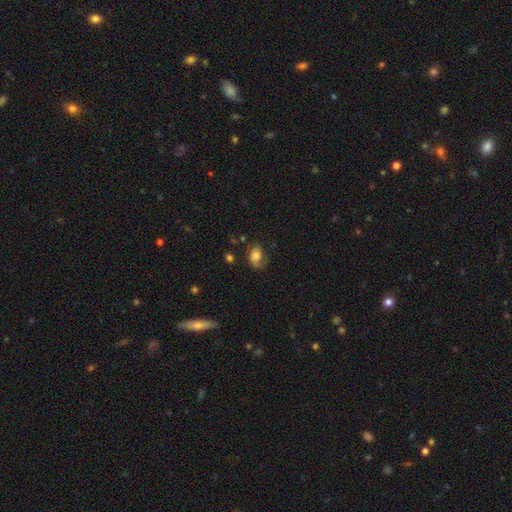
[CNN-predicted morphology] Overall: smooth (67%). How rounded: in between (76%). Merging: none (51%; minor disturbance 29%).